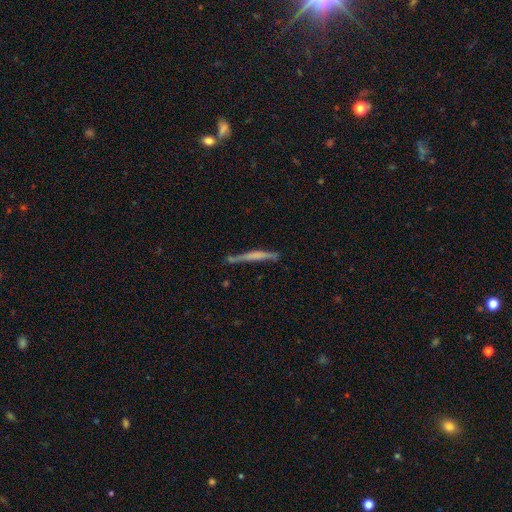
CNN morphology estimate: Smooth or featured?
  - smooth: 49% *
  - featured or disk: 44%
  - star or artifact: 7%
Merging?
  - none: 67% *
  - minor disturbance: 21%
  - merger: 7%
  - major disturbance: 6%